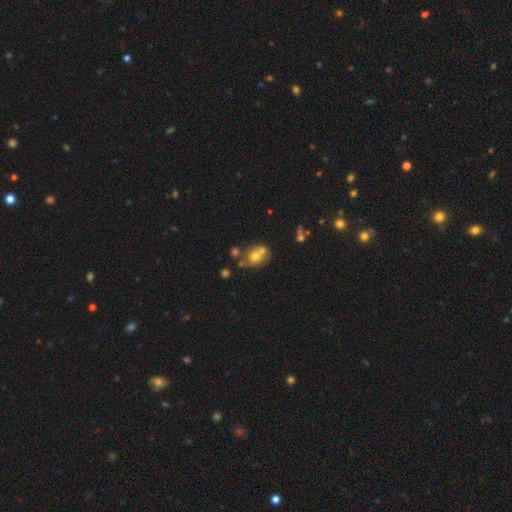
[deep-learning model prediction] Q: Smooth or featured?
A: smooth (61%); runner-up: featured or disk (26%)
Q: How rounded?
A: round (60%); runner-up: in between (39%)
Q: Merging?
A: merger (41%); tied with: none (41%)